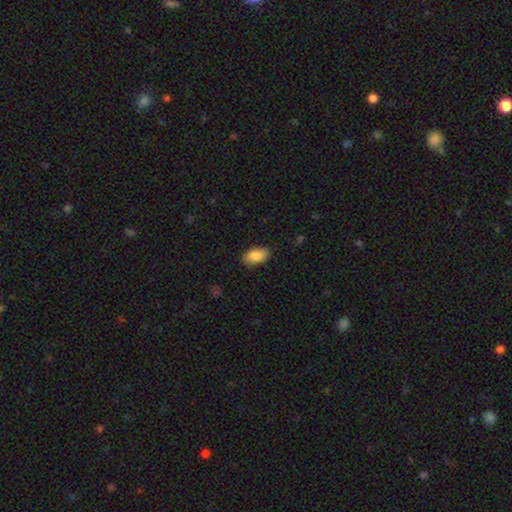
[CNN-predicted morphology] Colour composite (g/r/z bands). It shows a smooth galaxy with no disk features (88%) that is in between round and cigar-shaped (93%). Merging: none (85%).